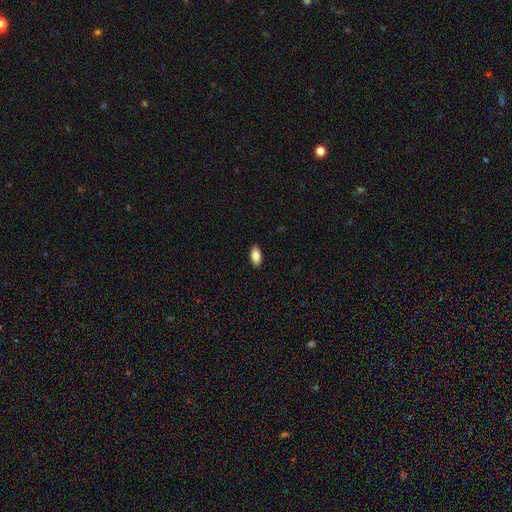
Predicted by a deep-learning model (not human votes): This is likely a smooth galaxy (80%). How rounded: clearly in between (90%). Merging: clearly none (89%).